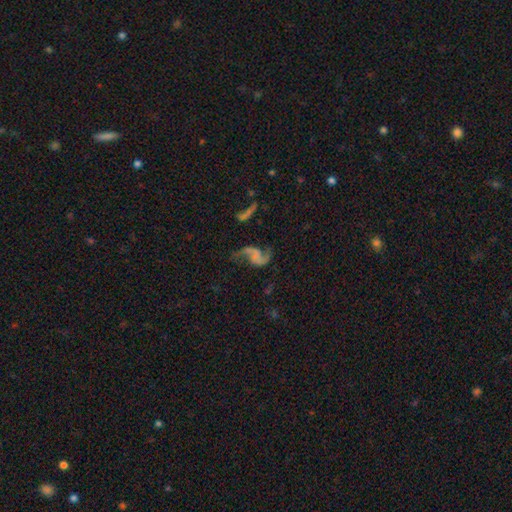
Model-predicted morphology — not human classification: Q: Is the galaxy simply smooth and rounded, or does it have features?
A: featured or disk — 78%.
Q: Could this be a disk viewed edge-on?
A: no — 97%.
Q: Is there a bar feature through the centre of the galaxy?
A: no — 59%.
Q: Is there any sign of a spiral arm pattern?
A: yes — 91%.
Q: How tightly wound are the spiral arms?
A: loose — 82%.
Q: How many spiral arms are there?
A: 2 — 88%.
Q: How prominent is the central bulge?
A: none — 71%.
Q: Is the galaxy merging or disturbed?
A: none — 53%.